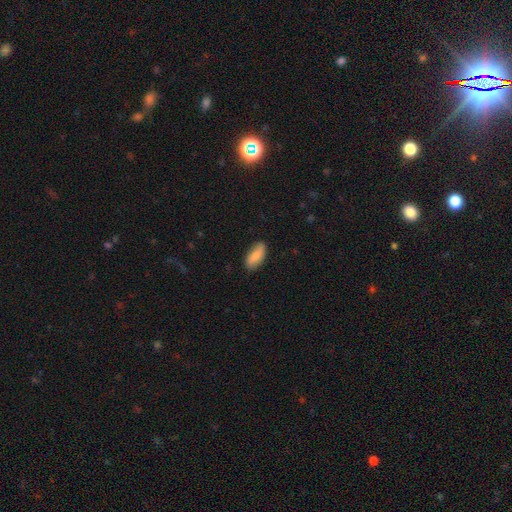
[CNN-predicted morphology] This appears to be a smooth galaxy with no disk features (80%) that is in between round and cigar-shaped (85%). Merging: none (82%).